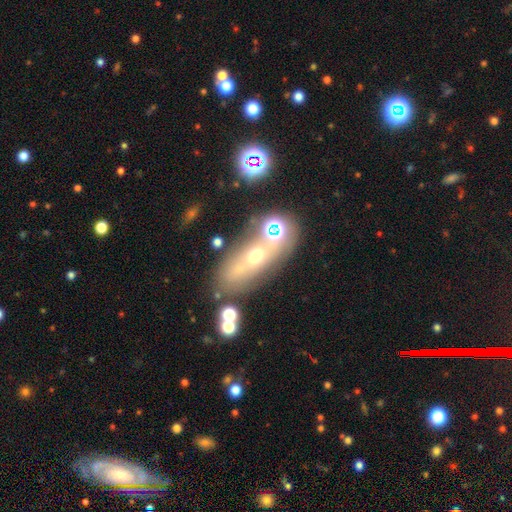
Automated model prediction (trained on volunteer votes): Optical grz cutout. It shows a featured or disk galaxy (44%). Merging: none (41%).